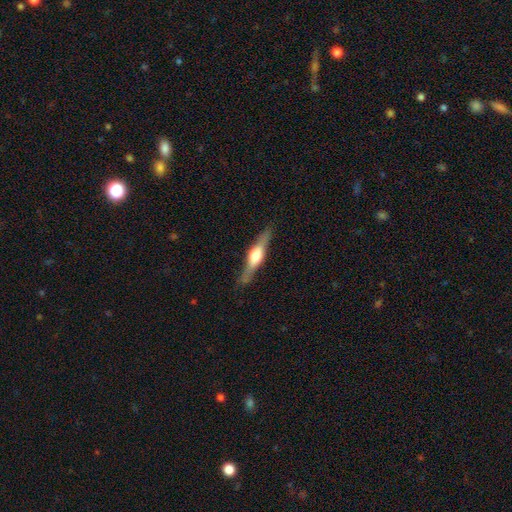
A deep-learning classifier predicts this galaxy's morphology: Overall: featured or disk (72%). Edge-on disk: yes (97%). Edge-on bulge: rounded (91%). Merging: none (86%).